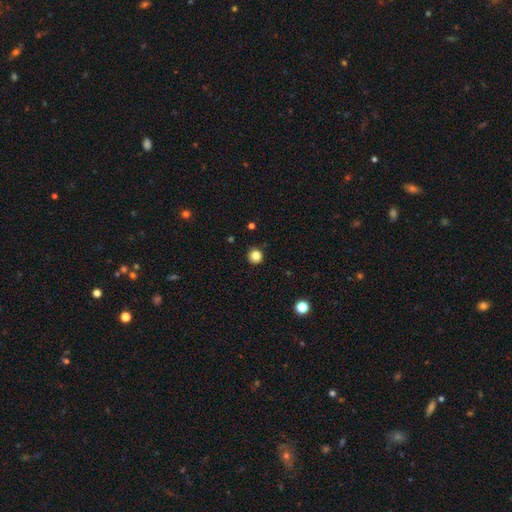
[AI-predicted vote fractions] smooth-or-featured: smooth: 85% | star or artifact: 11% | featured or disk: 4%
  how-rounded: round: 95% | in between: 4% | cigar-shaped: 1%
  merging: none: 91% | minor disturbance: 6% | major disturbance: 2% | merger: 1%